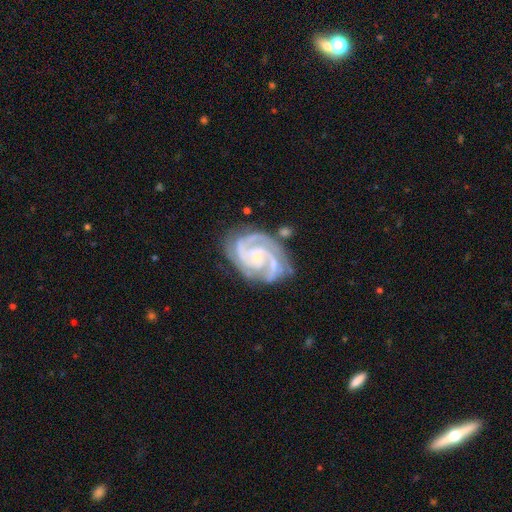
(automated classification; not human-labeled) Morphology: type=featured or disk (92%); edge-on=no (98%); bar=no (60%); spiral arms=yes (99%); winding=tight (67%); arm count=2 (41%); bulge=small (73%); merging=none (72%).